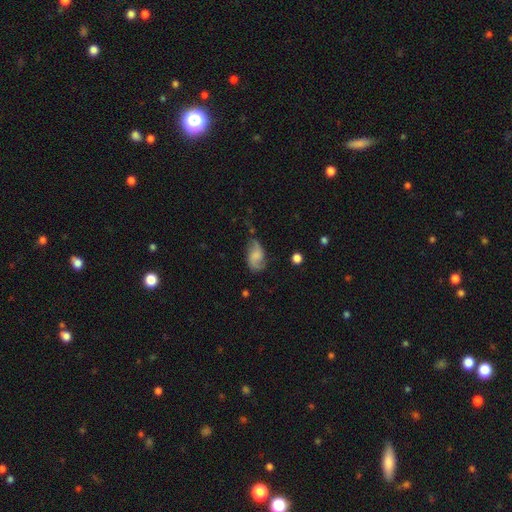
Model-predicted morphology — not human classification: Overall: featured or disk (54%; smooth 37%). Edge-on disk: no (96%). Bar: no (56%; weak 36%). Spiral arms: yes (89%). Bulge size: none (44%; small 24%). Merging: none (56%; minor disturbance 28%).